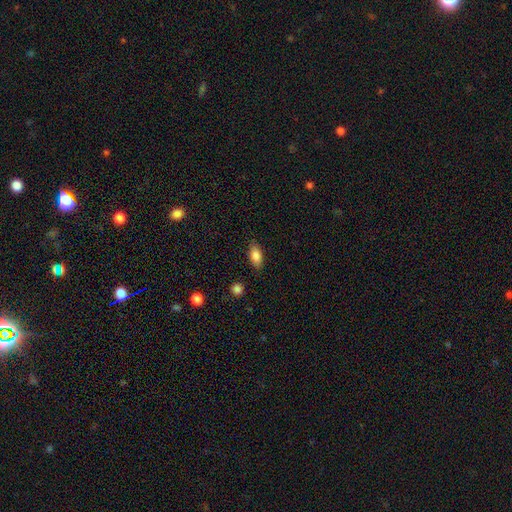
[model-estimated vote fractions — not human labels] smooth-or-featured: smooth: 84% | featured or disk: 8% | star or artifact: 8%
  how-rounded: in between: 86% | cigar-shaped: 10% | round: 4%
  merging: none: 85% | minor disturbance: 11% | major disturbance: 3% | merger: 1%